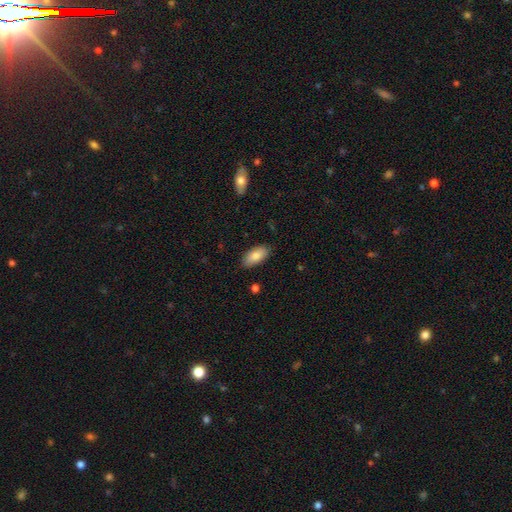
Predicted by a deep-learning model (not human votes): smooth-or-featured: smooth: 84% | featured or disk: 10% | star or artifact: 6%
  how-rounded: in between: 91% | cigar-shaped: 7% | round: 2%
  merging: none: 85% | minor disturbance: 12% | major disturbance: 2% | merger: 1%